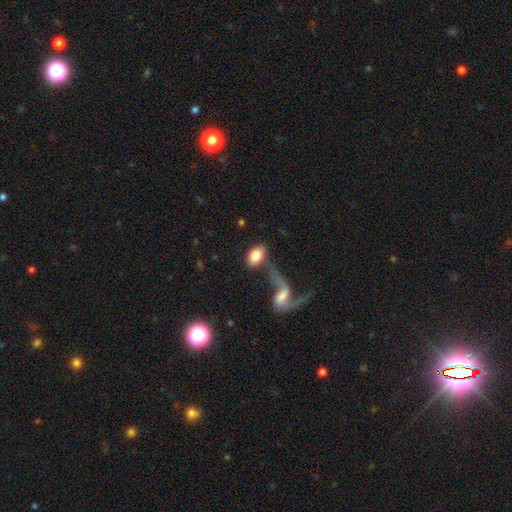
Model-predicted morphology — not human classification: The model was most divided on "merging": merger: 42%, none: 36%, major disturbance: 12%, minor disturbance: 11%. More confident: how rounded — in between (92%); smooth or featured — smooth (81%).